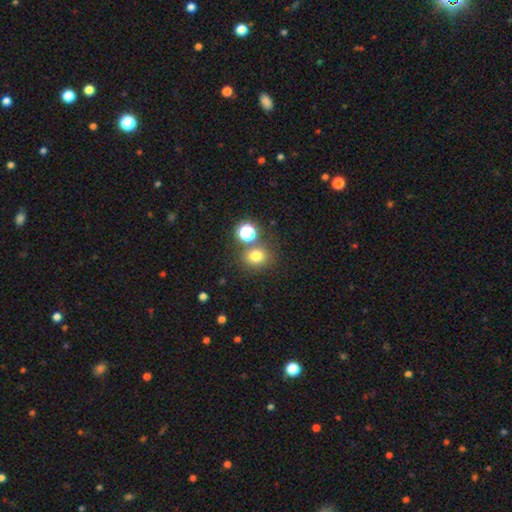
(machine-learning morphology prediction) type=smooth (75%); roundness=round (74%); merging=none (74%).